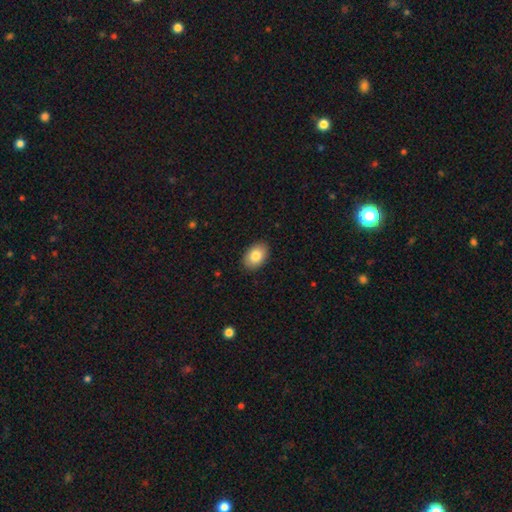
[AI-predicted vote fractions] smooth-or-featured: smooth: 82% | featured or disk: 10% | star or artifact: 7%
  how-rounded: in between: 85% | round: 14% | cigar-shaped: 1%
  merging: none: 89% | minor disturbance: 8% | major disturbance: 2% | merger: 1%